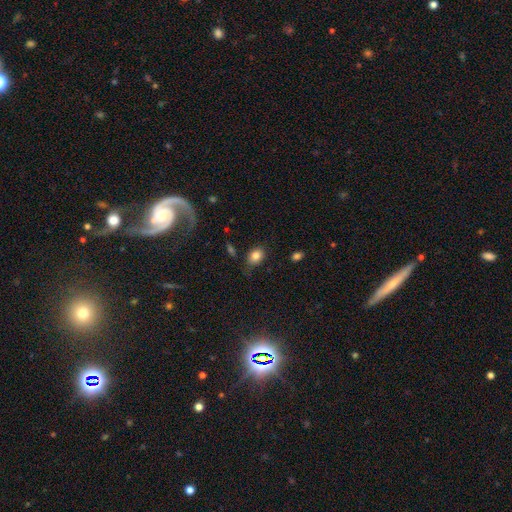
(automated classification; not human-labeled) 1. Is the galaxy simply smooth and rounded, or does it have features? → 83% smooth, 10% star or artifact, 8% featured or disk.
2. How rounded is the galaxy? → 67% in between, 32% round, 1% cigar-shaped.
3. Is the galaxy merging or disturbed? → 70% none, 21% minor disturbance, 6% major disturbance, 2% merger.